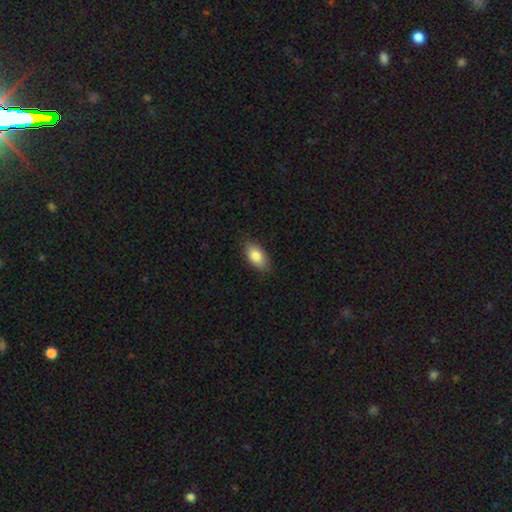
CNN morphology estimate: Smooth or featured? Predicted: smooth (p=0.84). How rounded? Predicted: in between (p=0.93). Merging? Predicted: none (p=0.83).